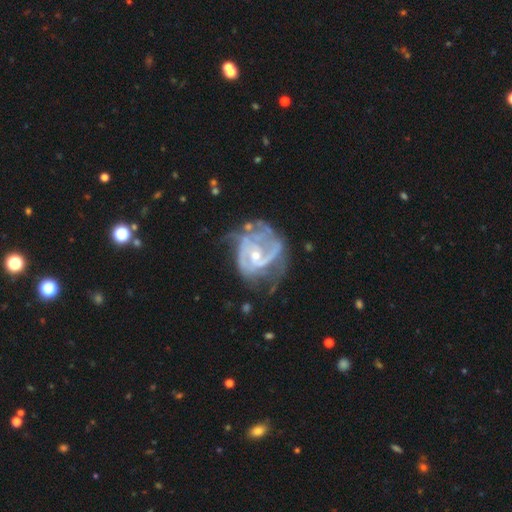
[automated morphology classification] featured or disk 87%, smooth 7%, star or artifact 6%. Down the decision tree: edge-on disk — no (98%); bar — no (51%); spiral arms — yes (91%); spiral arm count — 2 (39%); spiral winding — tight (43%); bulge size — small (55%); merging — none (41%).